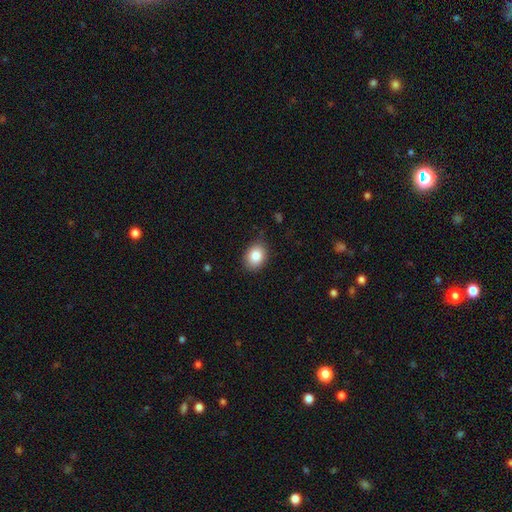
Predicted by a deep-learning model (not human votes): Morphology: type=smooth (84%); roundness=in between (55%); merging=none (84%).